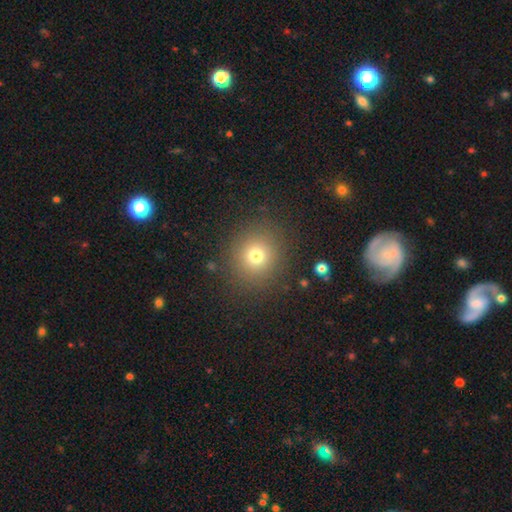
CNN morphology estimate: type=smooth (73%); roundness=round (89%); merging=none (87%).